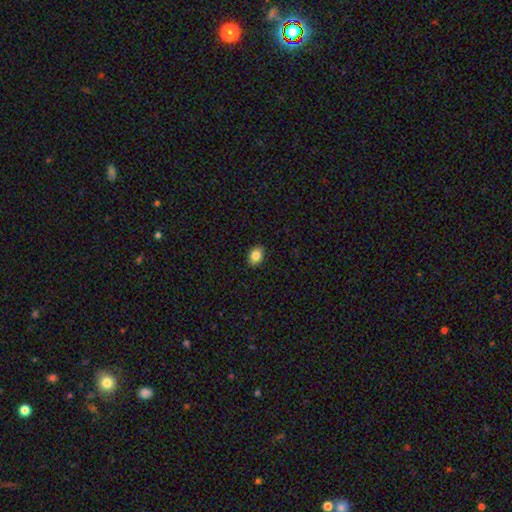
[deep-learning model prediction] This is clearly a smooth galaxy (86%). How rounded: likely in between (64%). Merging: clearly none (90%).